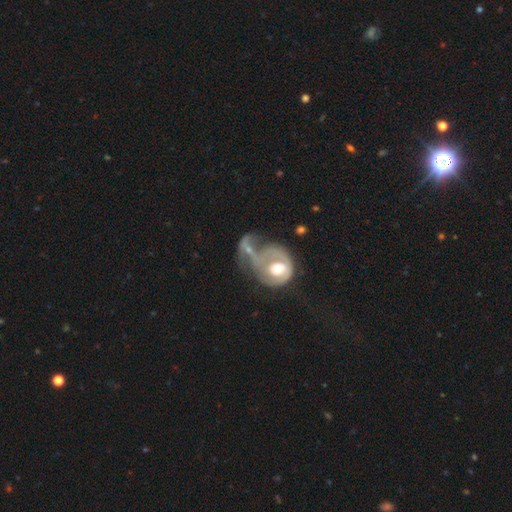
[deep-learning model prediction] Smooth or featured? featured or disk (57%)
Edge-on disk? no (95%)
Bar? no (76%)
Spiral arms? no (57%)
Bulge size? moderate (70%)
Merging? merger (47%)